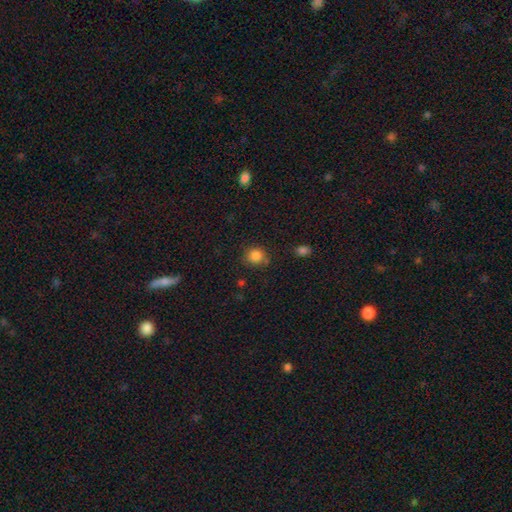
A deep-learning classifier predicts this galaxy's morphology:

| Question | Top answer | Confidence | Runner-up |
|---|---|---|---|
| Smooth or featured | smooth | 84% | star or artifact (11%) |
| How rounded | round | 86% | in between (13%) |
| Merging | none | 77% | minor disturbance (15%) |